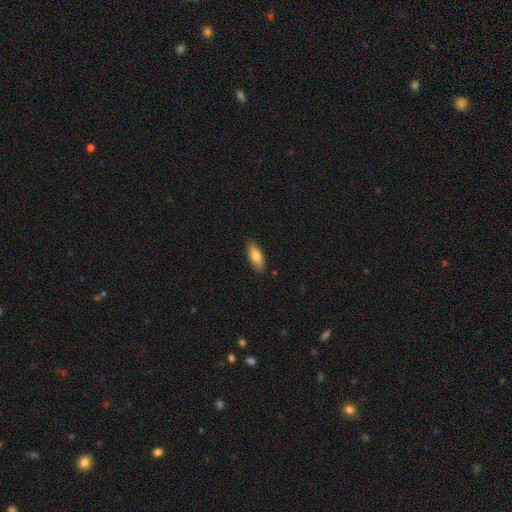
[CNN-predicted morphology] Smooth or featured?
  - smooth: 80% *
  - featured or disk: 14%
  - star or artifact: 6%
How rounded?
  - in between: 77% *
  - cigar-shaped: 21%
  - round: 2%
Merging?
  - none: 86% *
  - minor disturbance: 11%
  - major disturbance: 2%
  - merger: 1%